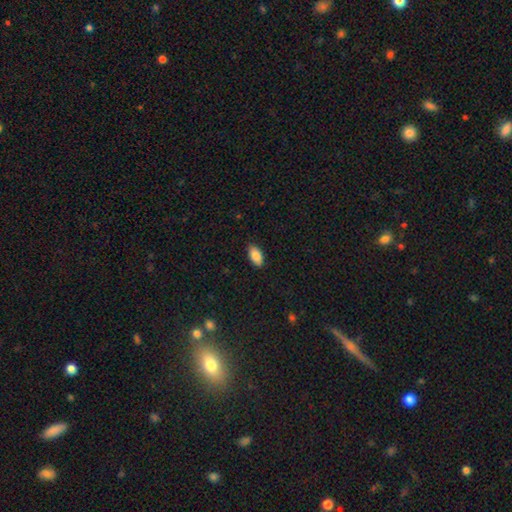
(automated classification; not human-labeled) Smooth or featured? Predicted: smooth (p=0.87). How rounded? Predicted: in between (p=0.93). Merging? Predicted: none (p=0.87).